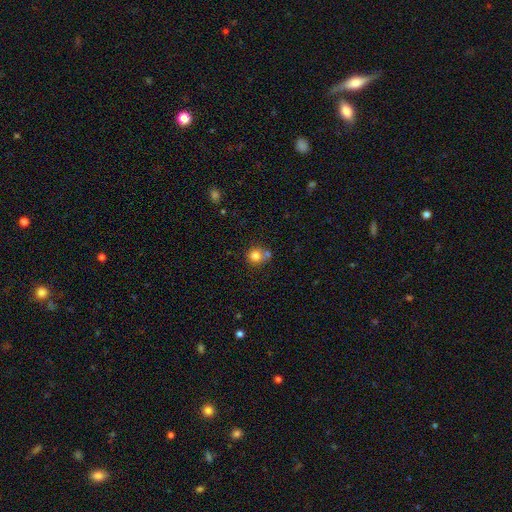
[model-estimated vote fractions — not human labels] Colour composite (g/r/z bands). It shows a smooth galaxy with no disk features (78%) that is round (80%). Merging: none (48%).